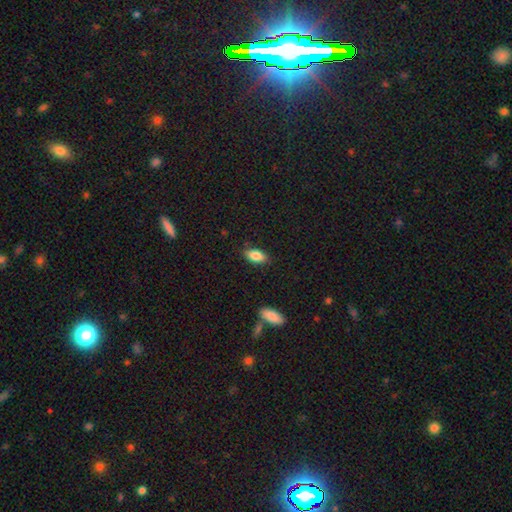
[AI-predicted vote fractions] A smooth galaxy with no disk features (84%) that is in between round and cigar-shaped (88%). Merging: none (84%).